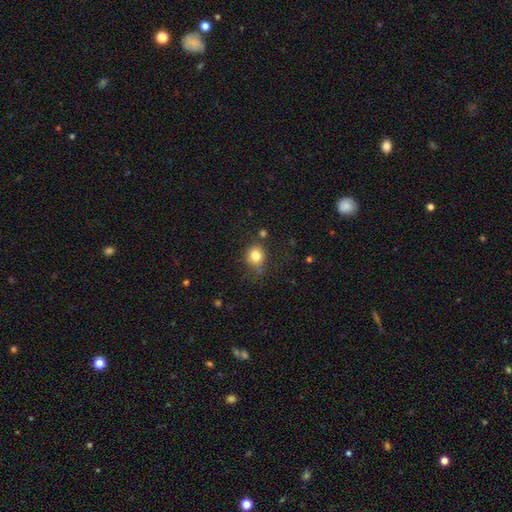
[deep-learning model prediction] smooth-or-featured: smooth: 81% | star or artifact: 12% | featured or disk: 7%
  how-rounded: round: 78% | in between: 21% | cigar-shaped: 1%
  merging: none: 72% | minor disturbance: 17% | merger: 6% | major disturbance: 5%